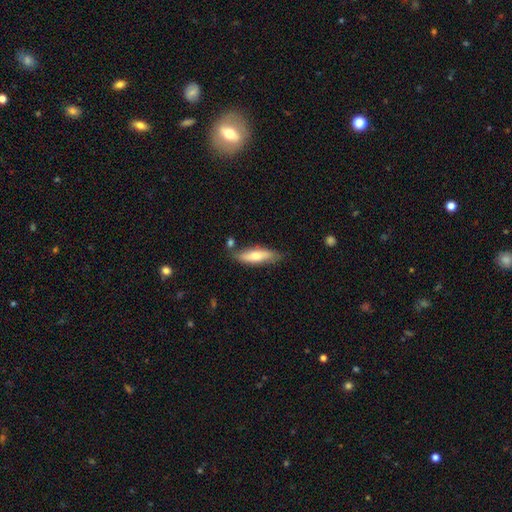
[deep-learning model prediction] smooth_or_featured: smooth (p=0.59) [alt: featured or disk p=0.34]
how_rounded: cigar-shaped (p=0.61) [alt: in between p=0.37]
merging: none (p=0.74) [alt: minor disturbance p=0.17]